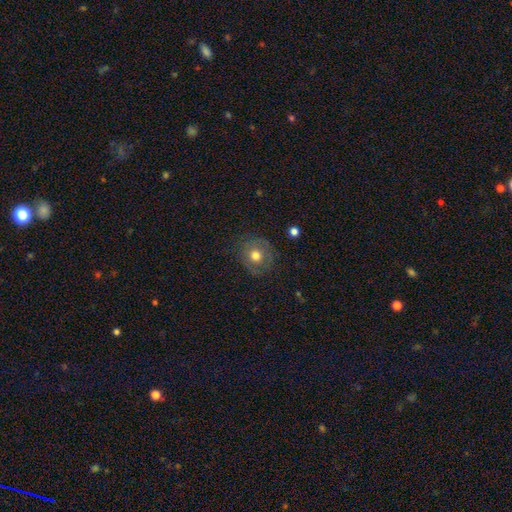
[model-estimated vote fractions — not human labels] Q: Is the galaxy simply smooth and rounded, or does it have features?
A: smooth — 65%.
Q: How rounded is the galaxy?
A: round — 81%.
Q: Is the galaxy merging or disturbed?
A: none — 80%.